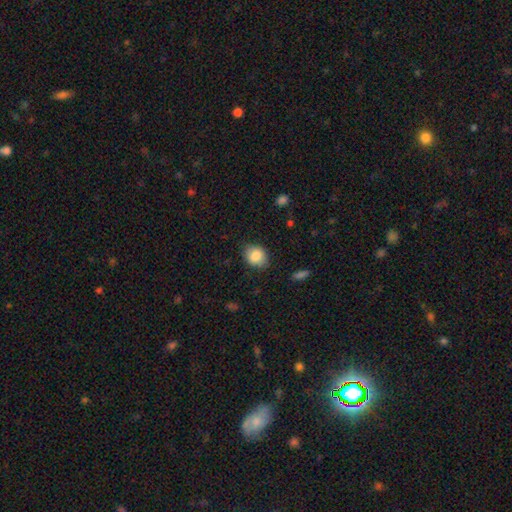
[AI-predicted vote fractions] smooth_or_featured: smooth (p=0.84) [alt: star or artifact p=0.08]
how_rounded: in between (p=0.53) [alt: round p=0.46]
merging: none (p=0.82) [alt: minor disturbance p=0.14]